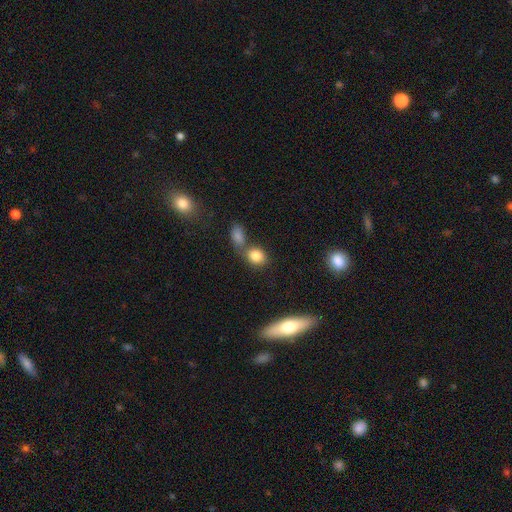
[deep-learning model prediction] The model was most divided on "how rounded": in between: 49%, round: 48%, cigar-shaped: 2%. More confident: smooth or featured — smooth (81%); merging — none (53%).